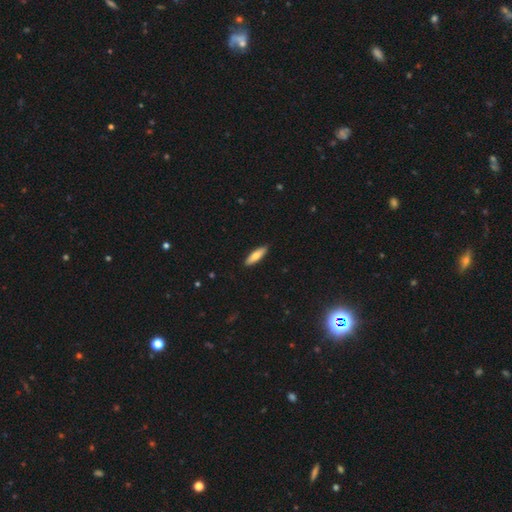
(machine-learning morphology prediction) Q: Smooth or featured?
A: smooth (75%); runner-up: featured or disk (20%)
Q: How rounded?
A: cigar-shaped (60%); runner-up: in between (39%)
Q: Merging?
A: none (90%); runner-up: minor disturbance (7%)